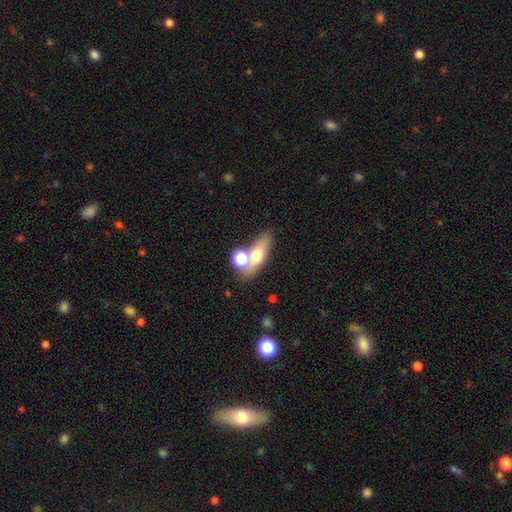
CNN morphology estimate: Q: Smooth or featured?
A: smooth (62%); runner-up: featured or disk (27%)
Q: How rounded?
A: in between (59%); runner-up: cigar-shaped (24%)
Q: Merging?
A: none (52%); runner-up: merger (31%)